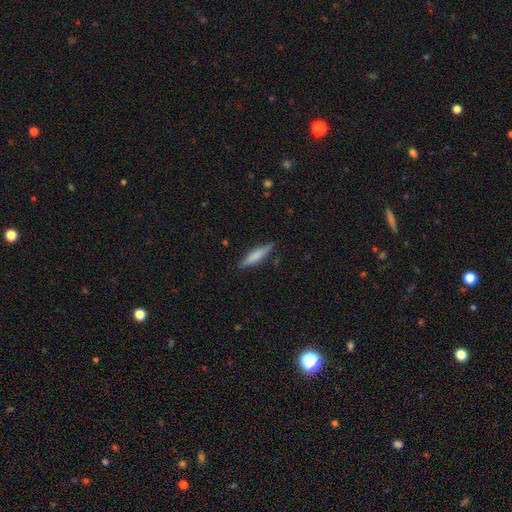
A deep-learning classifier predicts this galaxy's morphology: smooth 64%, featured or disk 30%, star or artifact 6%. Down the decision tree: how rounded — cigar-shaped (88%); merging — none (88%).